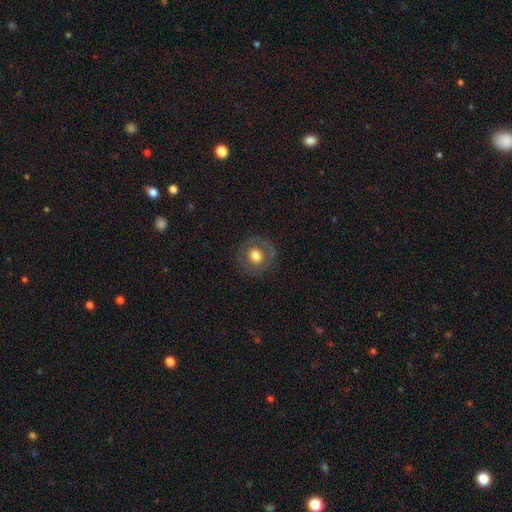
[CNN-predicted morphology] This appears to be a smooth galaxy with no disk features (59%) that is round (85%). Merging: none (79%).